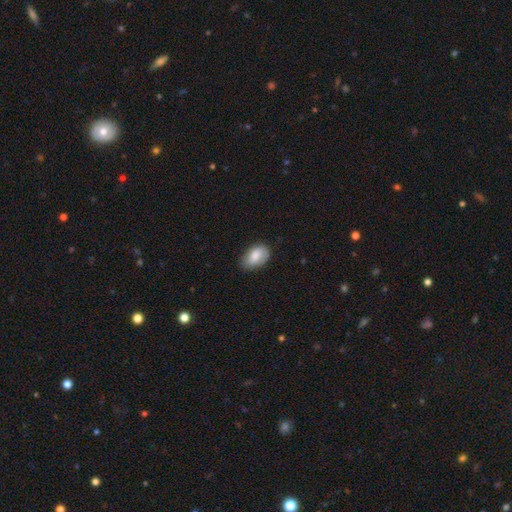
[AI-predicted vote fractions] Q: Smooth or featured?
A: smooth (80%); runner-up: featured or disk (13%)
Q: How rounded?
A: in between (91%); runner-up: round (8%)
Q: Merging?
A: none (69%); runner-up: minor disturbance (25%)